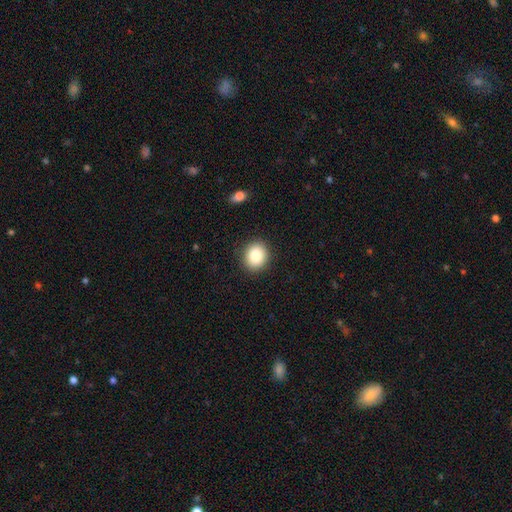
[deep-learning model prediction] The model was most divided on "how rounded": round: 75%, in between: 24%, cigar-shaped: 1%. More confident: merging — none (90%); smooth or featured — smooth (85%).